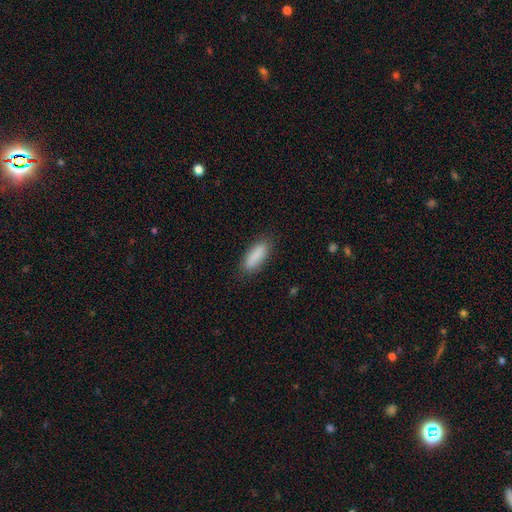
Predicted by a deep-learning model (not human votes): This appears to be a smooth galaxy with no disk features (88%) that is in between round and cigar-shaped (56%). Merging: none (84%).